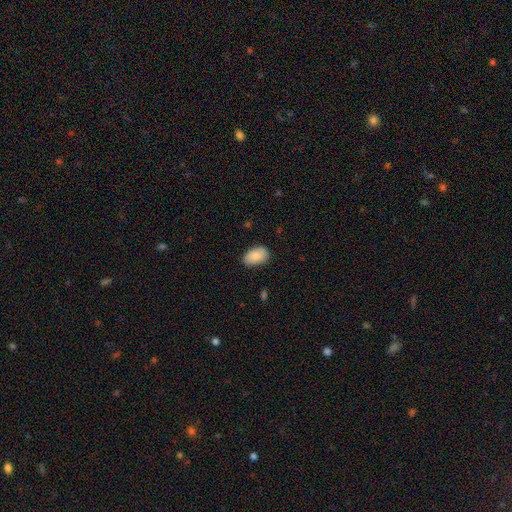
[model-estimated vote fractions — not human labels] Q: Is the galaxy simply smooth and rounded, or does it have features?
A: smooth — 87%.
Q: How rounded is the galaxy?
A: in between — 89%.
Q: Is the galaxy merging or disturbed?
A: none — 76%.